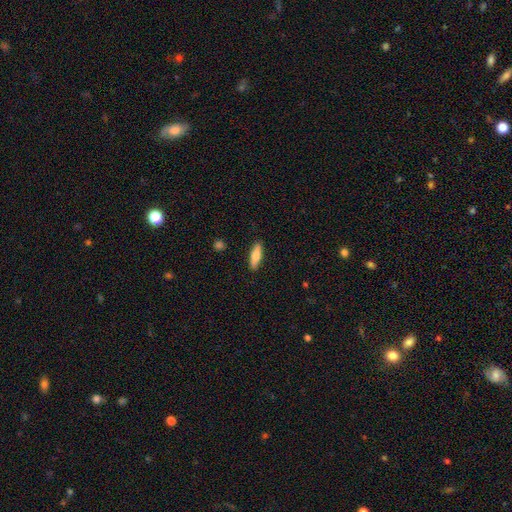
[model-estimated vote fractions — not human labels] Smooth or featured: smooth — 70% (featured or disk — 24%)
How rounded: cigar-shaped — 59% (in between — 39%)
Merging: none — 89% (minor disturbance — 8%)